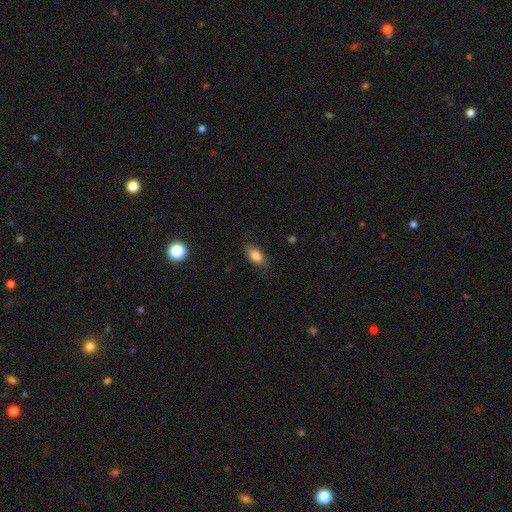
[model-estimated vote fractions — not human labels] Smooth or featured?
  - smooth: 83% *
  - featured or disk: 9%
  - star or artifact: 8%
How rounded?
  - in between: 88% *
  - round: 7%
  - cigar-shaped: 5%
Merging?
  - none: 77% *
  - minor disturbance: 17%
  - major disturbance: 5%
  - merger: 1%